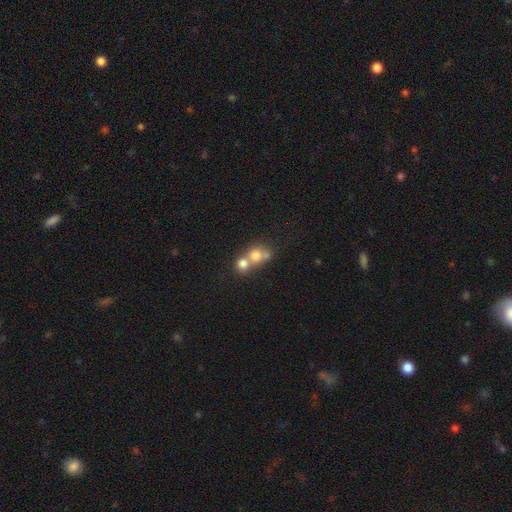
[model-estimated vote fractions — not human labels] Overall: smooth (72%). How rounded: round (72%). Merging: merger (68%).